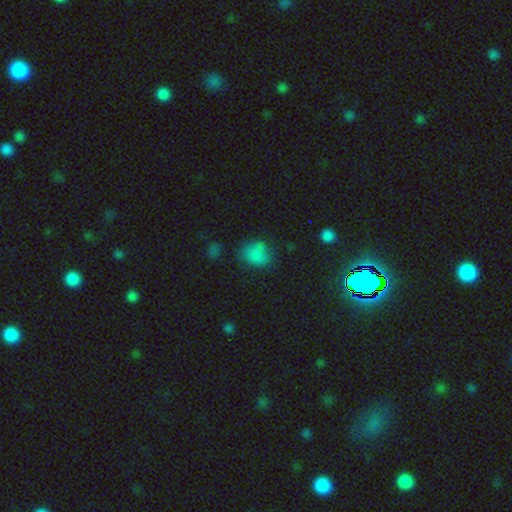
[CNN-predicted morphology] type=smooth (75%); roundness=round (55%); merging=none (56%).